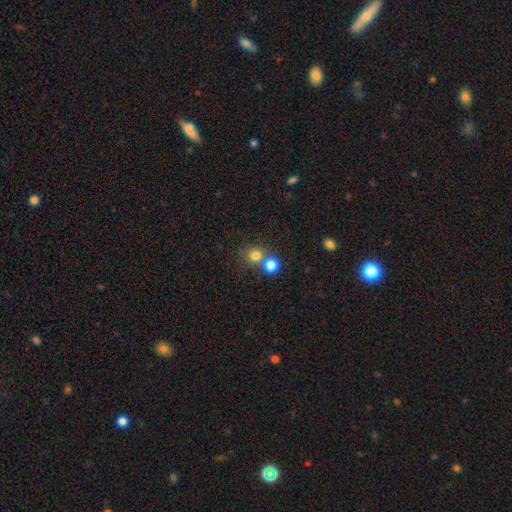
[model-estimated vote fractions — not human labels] Morphology: type=smooth (78%); roundness=round (86%); merging=none (52%).